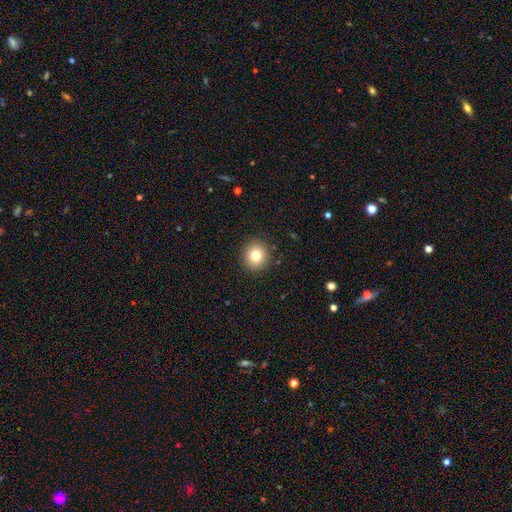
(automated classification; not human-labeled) smooth_or_featured: smooth (p=0.79) [alt: star or artifact p=0.12]
how_rounded: round (p=0.87) [alt: in between p=0.12]
merging: none (p=0.91) [alt: minor disturbance p=0.06]